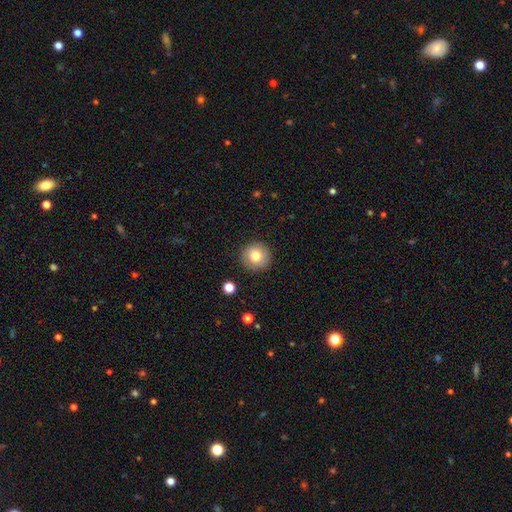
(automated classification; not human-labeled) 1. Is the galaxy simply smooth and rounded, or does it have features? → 78% smooth, 13% featured or disk, 9% star or artifact.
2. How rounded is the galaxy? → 95% round, 4% in between, 1% cigar-shaped.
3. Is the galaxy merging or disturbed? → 90% none, 7% minor disturbance, 2% major disturbance, 1% merger.